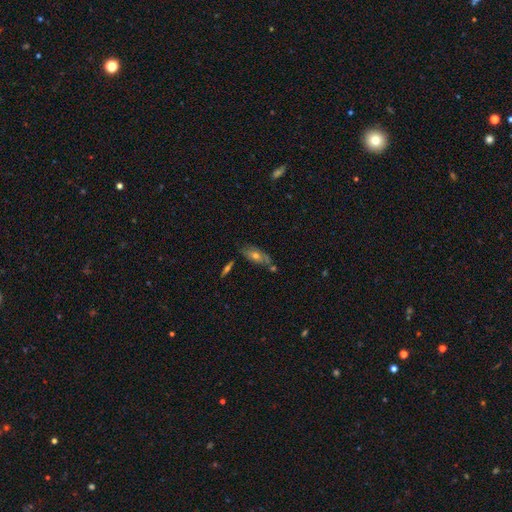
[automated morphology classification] Smooth or featured?
  - smooth: 45% * (tied)
  - featured or disk: 45% * (tied)
  - star or artifact: 10%
Merging?
  - none: 62% *
  - minor disturbance: 20%
  - merger: 12%
  - major disturbance: 6%